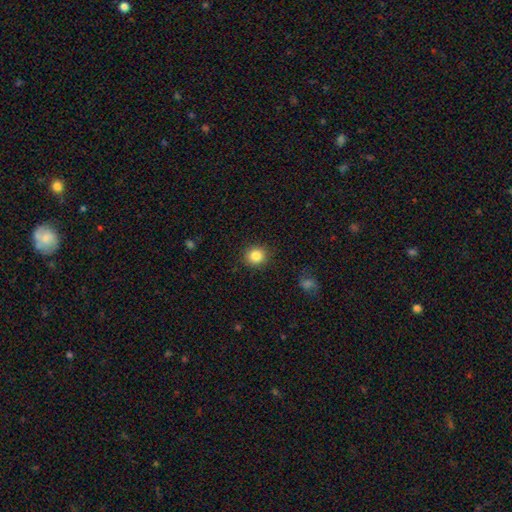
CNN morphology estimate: Q: Smooth or featured?
A: smooth (85%); runner-up: star or artifact (10%)
Q: How rounded?
A: round (90%); runner-up: in between (9%)
Q: Merging?
A: none (91%); runner-up: minor disturbance (6%)